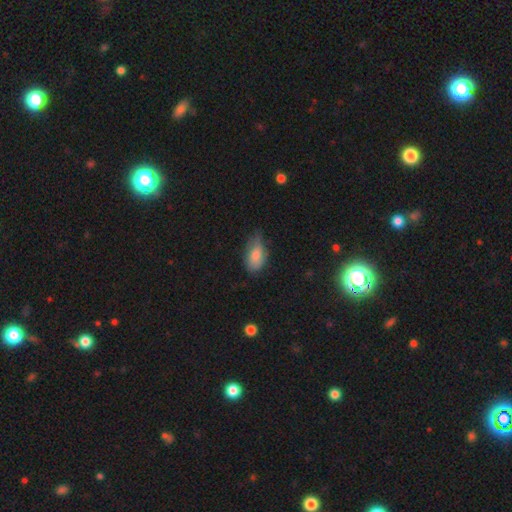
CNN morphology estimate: smooth-or-featured: smooth: 78% | featured or disk: 14% | star or artifact: 8%
  how-rounded: in between: 90% | round: 5% | cigar-shaped: 4%
  merging: minor disturbance: 45% | none: 39% | major disturbance: 14% | merger: 2%